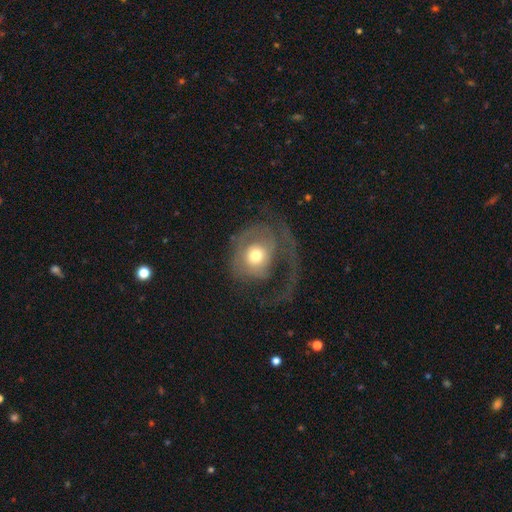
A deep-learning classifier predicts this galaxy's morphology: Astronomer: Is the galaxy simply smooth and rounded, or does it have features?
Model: featured or disk — 55% (runner-up: smooth, 38%).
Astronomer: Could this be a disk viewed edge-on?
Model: no — 96%.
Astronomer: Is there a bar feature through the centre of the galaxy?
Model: no — 79%.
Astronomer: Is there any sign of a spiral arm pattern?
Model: yes — 61% (runner-up: no, 39%).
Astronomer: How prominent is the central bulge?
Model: moderate — 64%.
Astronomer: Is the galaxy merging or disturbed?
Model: major disturbance — 57%.